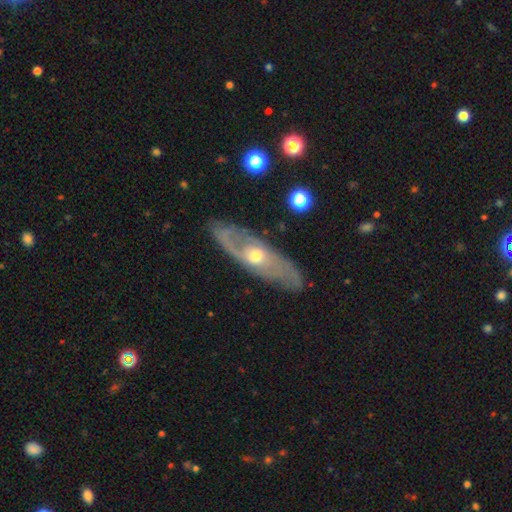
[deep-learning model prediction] This appears to be a featured or disk galaxy (78%) with no bar (71%), spiral arms (80%) and a moderate central bulge (62%). Merging: none (80%).